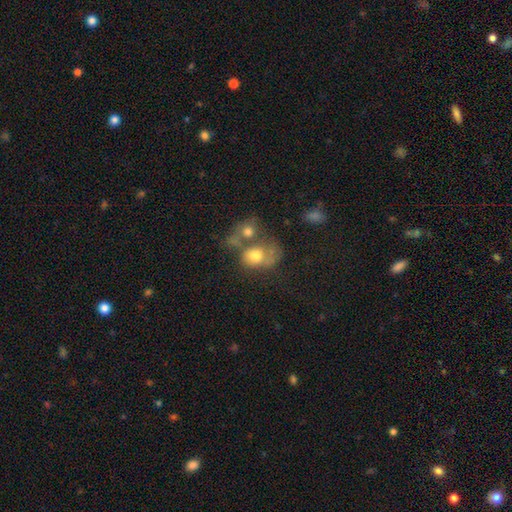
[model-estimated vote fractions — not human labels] The model was most divided on "how rounded": in between: 51%, round: 47%, cigar-shaped: 1%. More confident: smooth or featured — smooth (65%); merging — merger (52%).